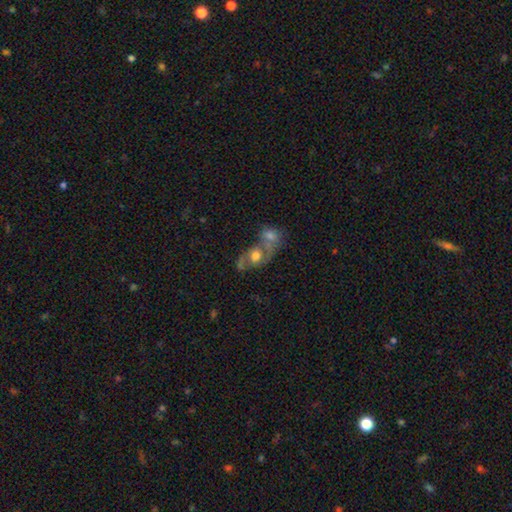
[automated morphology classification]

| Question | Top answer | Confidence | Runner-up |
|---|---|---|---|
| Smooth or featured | featured or disk | 54% | smooth (37%) |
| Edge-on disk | no | 95% | yes (5%) |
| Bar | no | 76% | weak (19%) |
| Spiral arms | yes | 65% | no (35%) |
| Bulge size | moderate | 53% | large (34%) |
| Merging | merger | 51% | none (29%) |